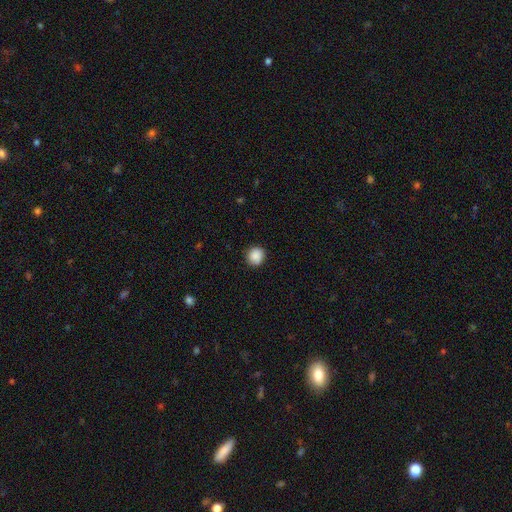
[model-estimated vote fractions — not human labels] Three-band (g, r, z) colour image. It shows a smooth galaxy with no disk features (88%) that is round (89%). Merging: none (88%).